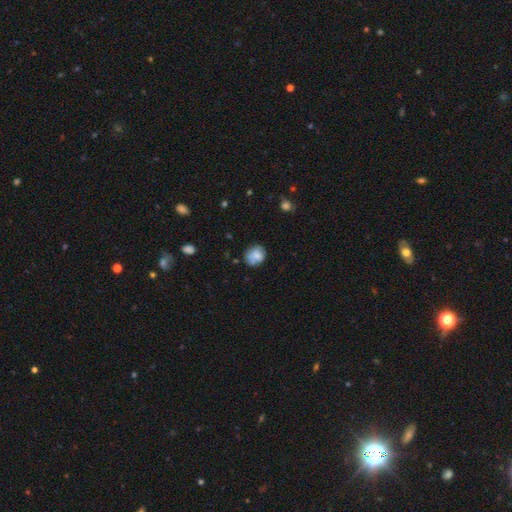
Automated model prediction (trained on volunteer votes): This is likely a smooth galaxy (75%). How rounded: likely round (65%). Merging: likely none (62%).